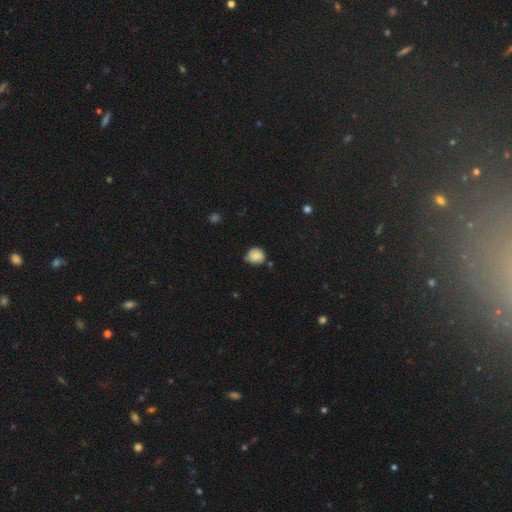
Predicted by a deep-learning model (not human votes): This appears to be a smooth galaxy with no disk features (78%) that is round (83%). Merging: none (62%).